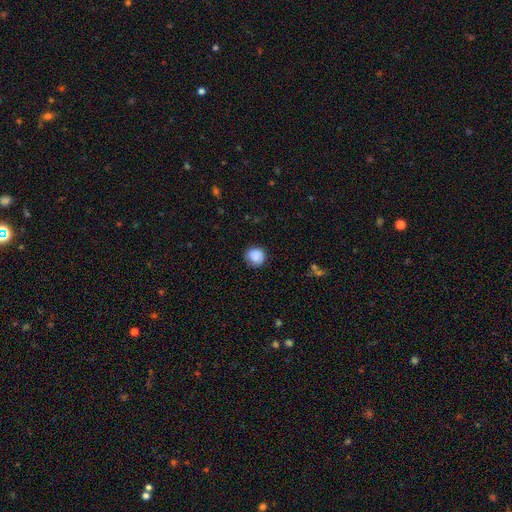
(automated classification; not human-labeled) This appears to be a smooth galaxy with no disk features (87%) that is round (88%). Merging: none (80%).